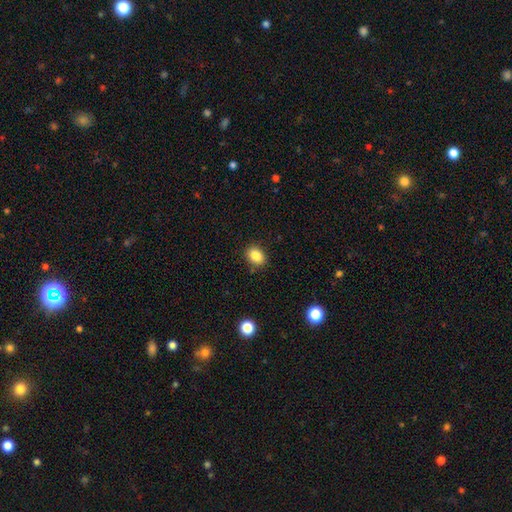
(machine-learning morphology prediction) The model was most divided on "how rounded": in between: 59%, round: 40%, cigar-shaped: 1%. More confident: smooth or featured — smooth (86%); merging — none (85%).